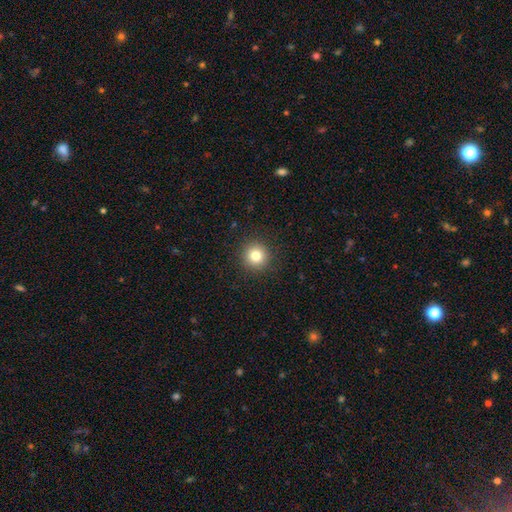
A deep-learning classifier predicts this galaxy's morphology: Smooth or featured: smooth — 82% (star or artifact — 12%)
How rounded: round — 95% (in between — 4%)
Merging: none — 92% (minor disturbance — 5%)